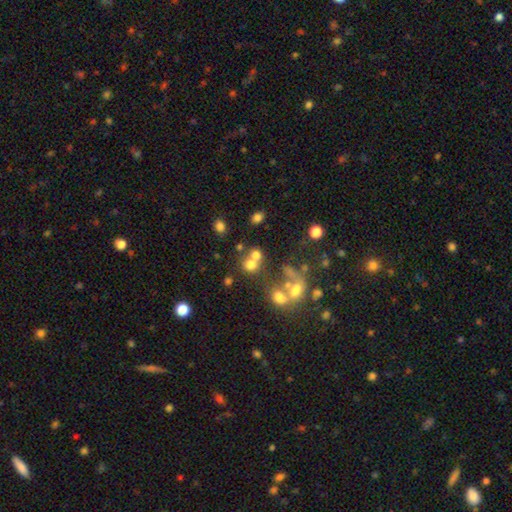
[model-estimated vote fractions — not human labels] Morphology: type=smooth (63%); roundness=round (79%); merging=merger (45%).